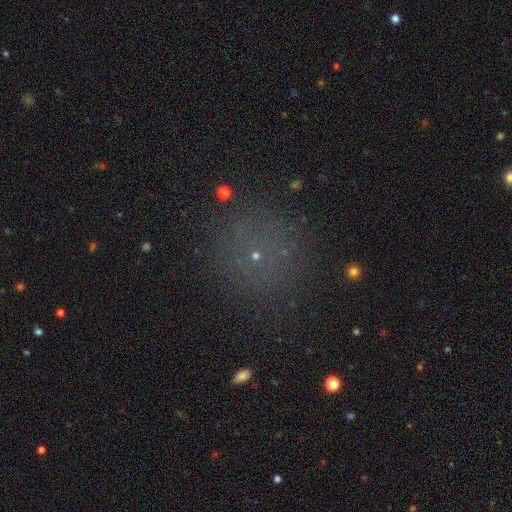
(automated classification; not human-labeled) smooth 50%, star or artifact 37%, featured or disk 13%. Down the decision tree: merging — none (82%).